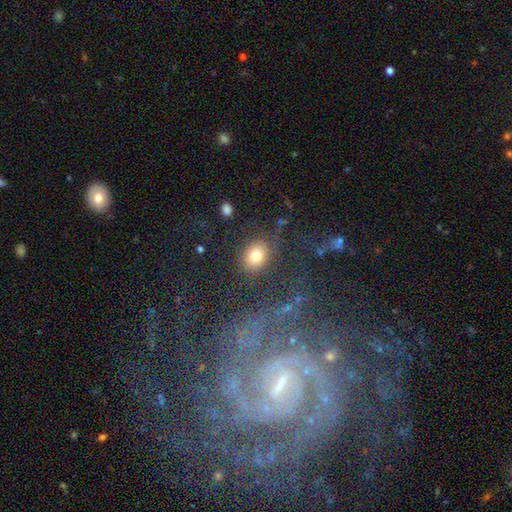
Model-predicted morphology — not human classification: A smooth galaxy with no disk features (79%) that is in between round and cigar-shaped (51%).

Vote fractions:
- Smooth or featured? smooth: 79% / star or artifact: 12% / featured or disk: 9%
- How rounded? in between: 51% / round: 48% / cigar-shaped: 1%
- Merging? none: 81% / minor disturbance: 11% / major disturbance: 5% / merger: 3%